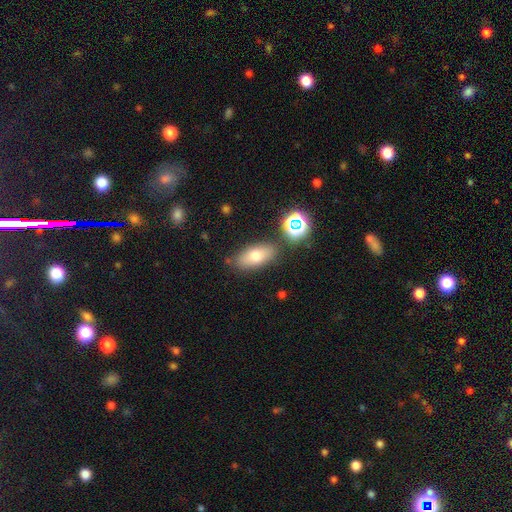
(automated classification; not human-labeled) Q: Smooth or featured?
A: smooth (72%); runner-up: featured or disk (17%)
Q: How rounded?
A: in between (84%); runner-up: cigar-shaped (10%)
Q: Merging?
A: none (79%); runner-up: minor disturbance (12%)